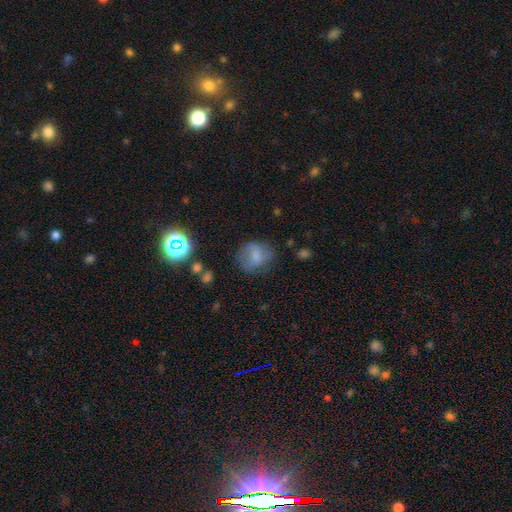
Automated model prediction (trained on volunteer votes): A smooth galaxy with no disk features (67%) that is round (68%).

Vote fractions:
- Smooth or featured? smooth: 67% / featured or disk: 22% / star or artifact: 11%
- How rounded? round: 68% / in between: 31% / cigar-shaped: 1%
- Merging? none: 59% / minor disturbance: 24% / major disturbance: 15% / merger: 2%